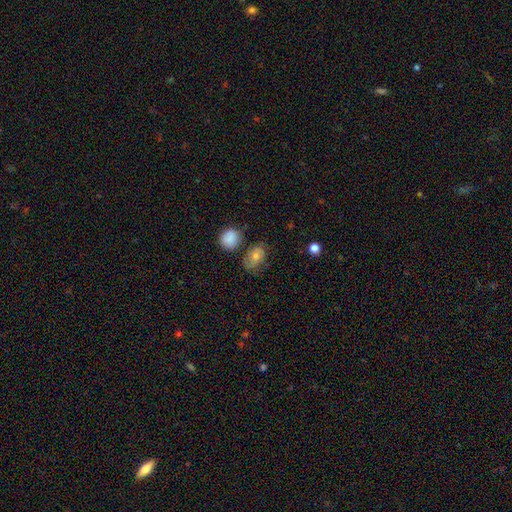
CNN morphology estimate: Smooth or featured: smooth — 60% (featured or disk — 29%)
How rounded: in between — 69% (round — 29%)
Merging: none — 57% (minor disturbance — 25%)